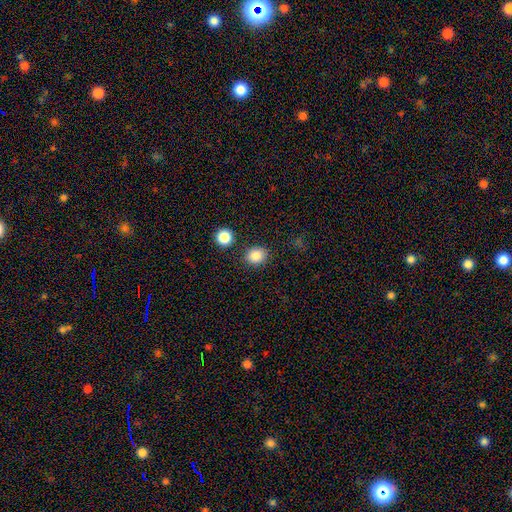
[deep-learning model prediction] A smooth galaxy with no disk features (85%) that is round (72%). Merging: none (83%).